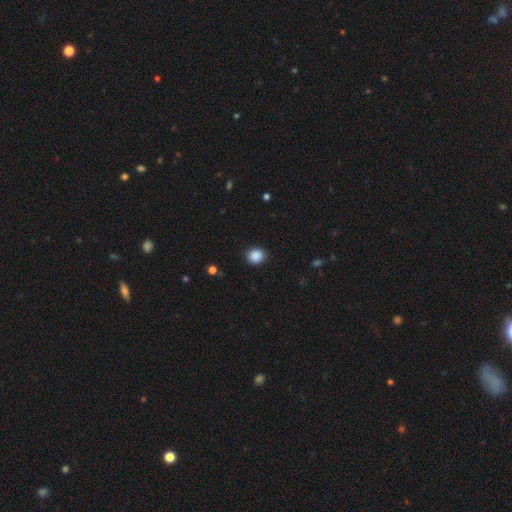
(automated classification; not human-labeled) Morphology: type=smooth (88%); roundness=round (77%); merging=none (89%).